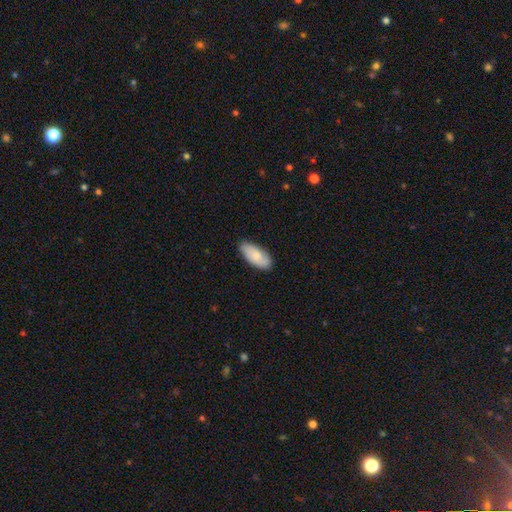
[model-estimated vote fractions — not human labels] Overall: smooth (77%). How rounded: in between (89%). Merging: none (81%).